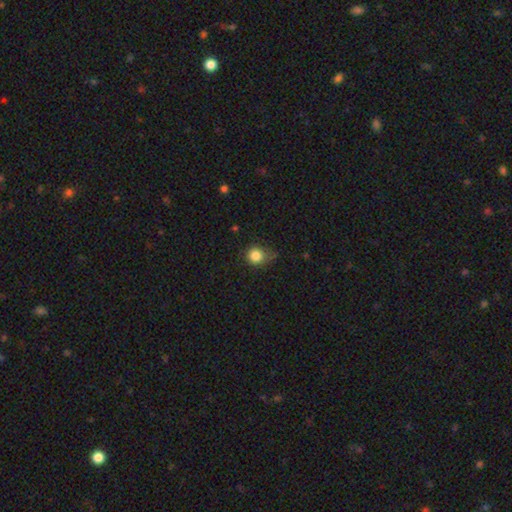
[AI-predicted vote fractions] smooth 83%, star or artifact 11%, featured or disk 6%. Down the decision tree: how rounded — round (85%); merging — none (59%).